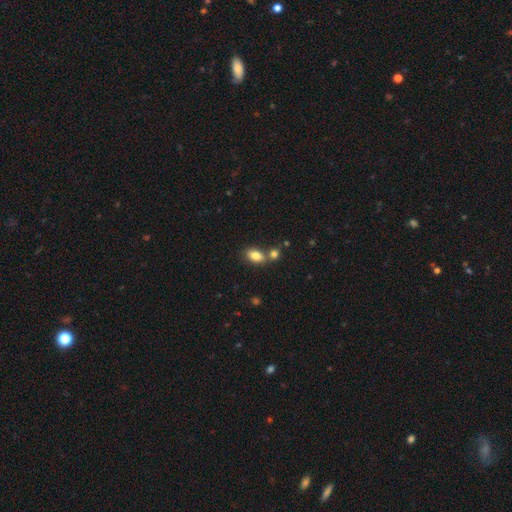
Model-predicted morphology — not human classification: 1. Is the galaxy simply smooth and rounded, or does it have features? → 84% smooth, 8% star or artifact, 8% featured or disk.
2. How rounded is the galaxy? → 88% in between, 9% round, 3% cigar-shaped.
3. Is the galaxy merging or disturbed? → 57% none, 28% merger, 12% minor disturbance, 3% major disturbance.